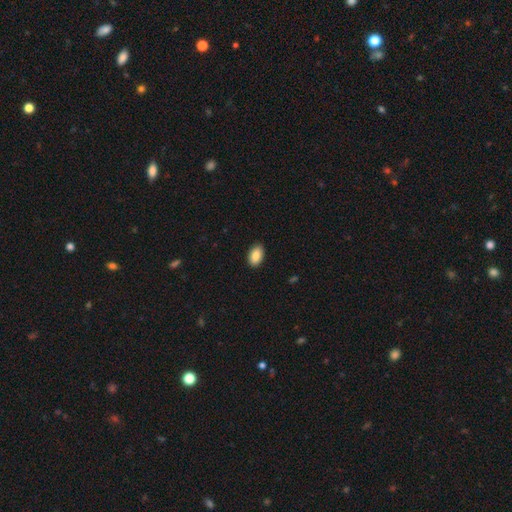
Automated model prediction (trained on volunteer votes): Q: Smooth or featured?
A: smooth (87%); runner-up: star or artifact (7%)
Q: How rounded?
A: in between (90%); runner-up: round (9%)
Q: Merging?
A: none (90%); runner-up: minor disturbance (7%)